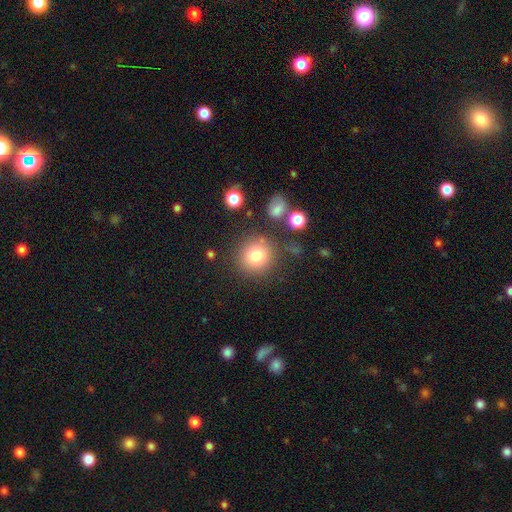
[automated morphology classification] A smooth galaxy with no disk features (74%) that is round (93%). Merging: none (84%).